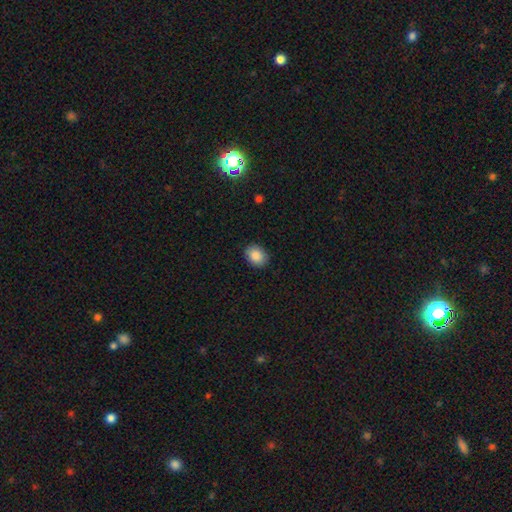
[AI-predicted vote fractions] A smooth galaxy with no disk features (88%) that is in between round and cigar-shaped (67%). Merging: none (88%).